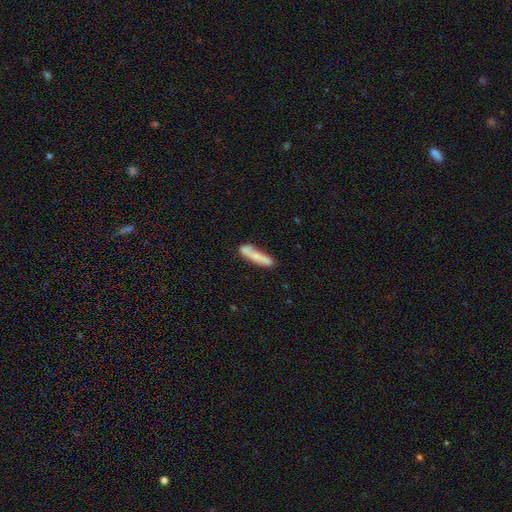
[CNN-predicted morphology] This is likely a smooth galaxy (74%). How rounded: clearly cigar-shaped (85%). Merging: likely none (73%).